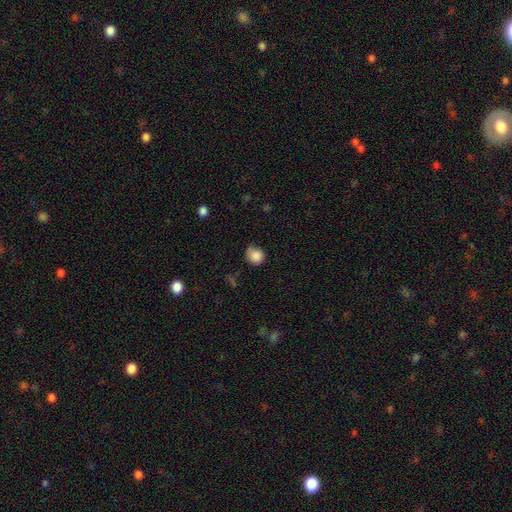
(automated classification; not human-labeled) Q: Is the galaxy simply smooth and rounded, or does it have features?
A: smooth — 86%.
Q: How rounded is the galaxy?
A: round — 79%.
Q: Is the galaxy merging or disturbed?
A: none — 57%.